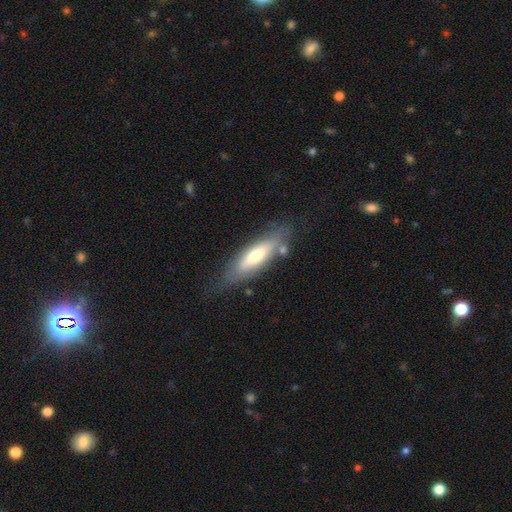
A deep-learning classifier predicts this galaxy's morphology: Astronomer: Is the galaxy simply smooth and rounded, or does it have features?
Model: smooth — 55% (runner-up: featured or disk, 39%).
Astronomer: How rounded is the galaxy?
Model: cigar-shaped — 53% (runner-up: in between, 45%).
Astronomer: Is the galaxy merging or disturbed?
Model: none — 68%.